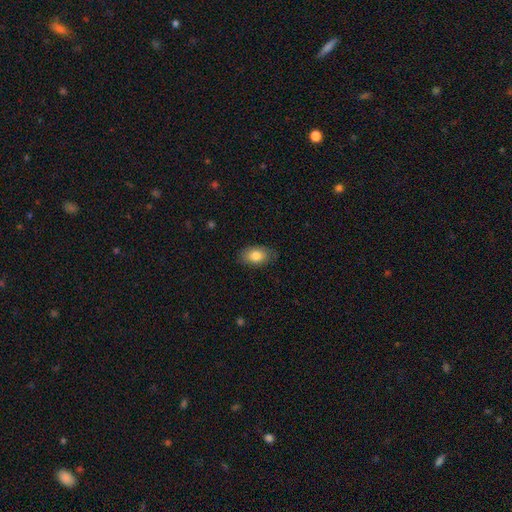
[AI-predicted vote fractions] Smooth or featured?
  - smooth: 82% *
  - featured or disk: 11%
  - star or artifact: 7%
How rounded?
  - in between: 88% *
  - round: 10%
  - cigar-shaped: 1%
Merging?
  - none: 82% *
  - minor disturbance: 14%
  - major disturbance: 3%
  - merger: 1%